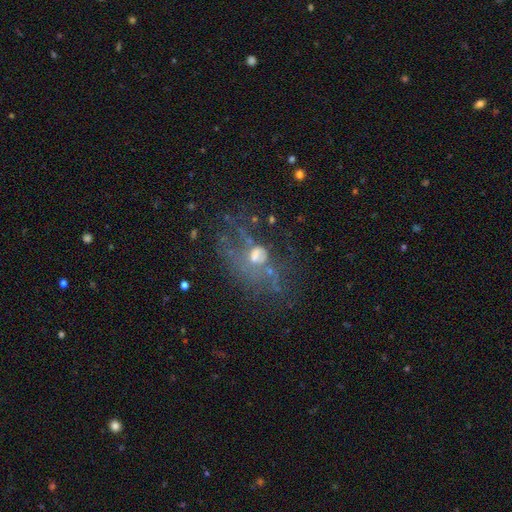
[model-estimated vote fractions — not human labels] This is possibly a featured or disk galaxy (50%). It is clearly not viewed edge-on (95%). Merging: marginally major disturbance (40%).